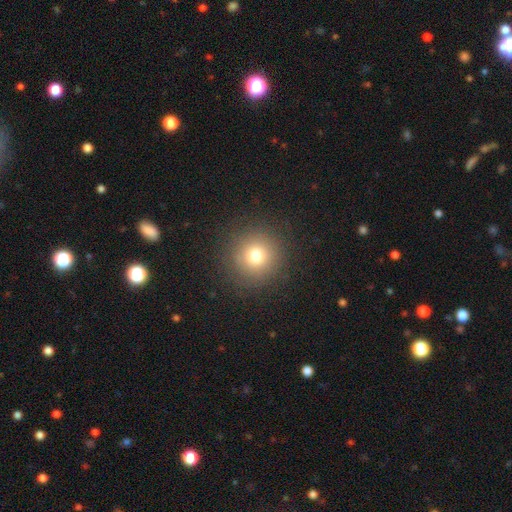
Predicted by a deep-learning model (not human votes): Q: Smooth or featured?
A: smooth (74%); runner-up: star or artifact (15%)
Q: How rounded?
A: round (95%); runner-up: in between (4%)
Q: Merging?
A: none (88%); runner-up: minor disturbance (7%)